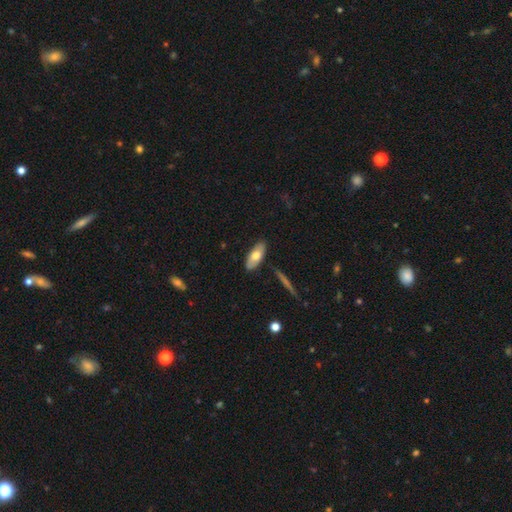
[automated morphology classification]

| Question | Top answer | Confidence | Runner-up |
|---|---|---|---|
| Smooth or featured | smooth | 67% | featured or disk (27%) |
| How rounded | in between | 83% | cigar-shaped (15%) |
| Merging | none | 82% | minor disturbance (13%) |